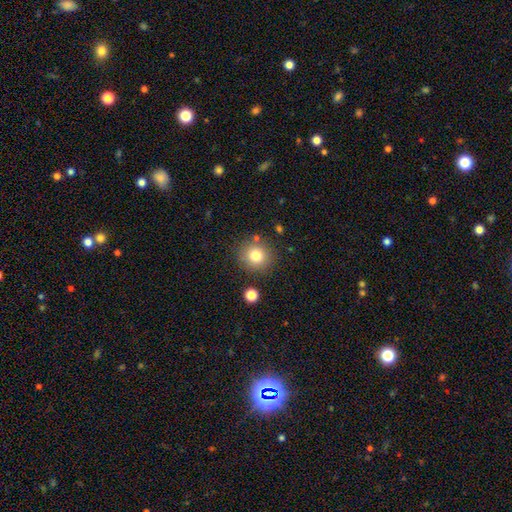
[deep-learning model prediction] smooth-or-featured: smooth: 79% | star or artifact: 12% | featured or disk: 9%
  how-rounded: round: 92% | in between: 7% | cigar-shaped: 1%
  merging: none: 83% | minor disturbance: 9% | merger: 5% | major disturbance: 3%